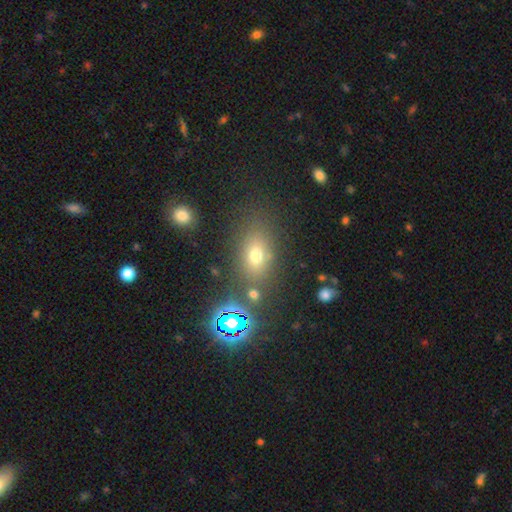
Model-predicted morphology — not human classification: Smooth or featured? Predicted: smooth (p=0.63). How rounded? Predicted: in between (p=0.70). Merging? Predicted: none (p=0.74).